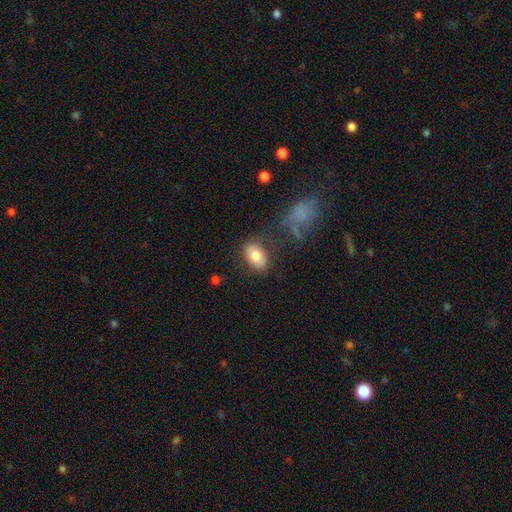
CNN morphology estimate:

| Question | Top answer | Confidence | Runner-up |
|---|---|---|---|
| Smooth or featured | smooth | 77% | featured or disk (16%) |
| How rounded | in between | 87% | round (11%) |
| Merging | none | 78% | minor disturbance (13%) |